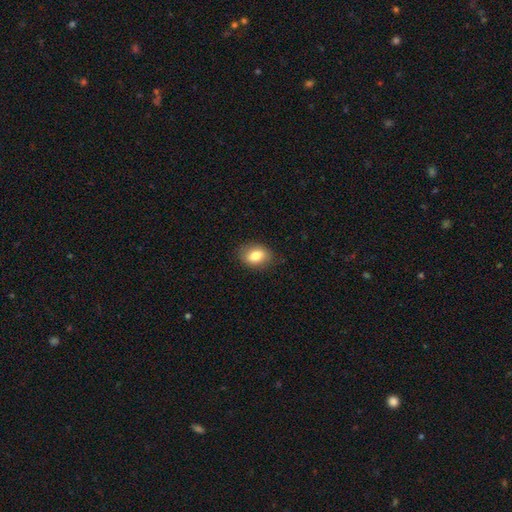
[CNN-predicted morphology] type=smooth (81%); roundness=in between (75%); merging=none (83%).